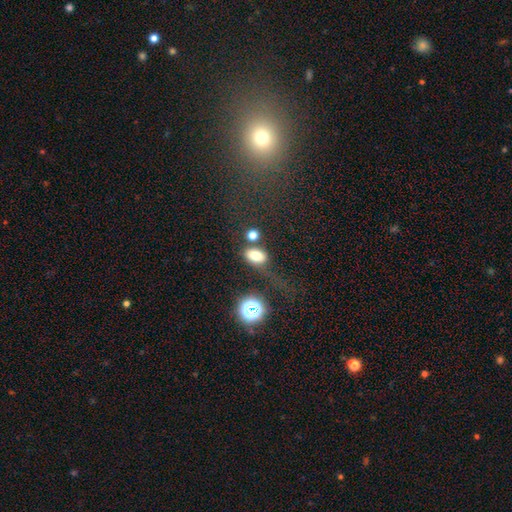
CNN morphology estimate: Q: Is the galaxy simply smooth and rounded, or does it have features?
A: smooth — 77%.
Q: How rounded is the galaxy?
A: in between — 81%.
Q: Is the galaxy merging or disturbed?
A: none — 54%.